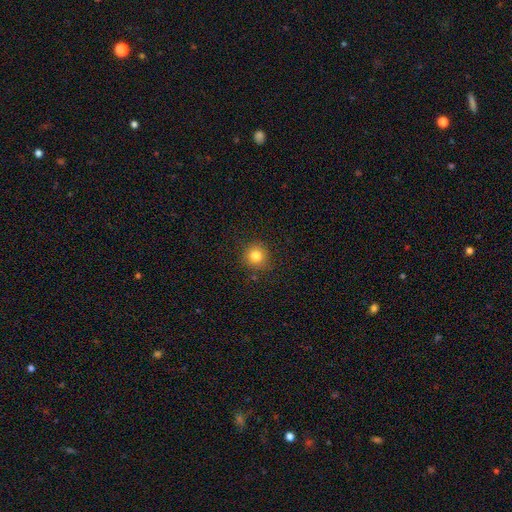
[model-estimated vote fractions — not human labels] The model was most divided on "smooth or featured": smooth: 82%, star or artifact: 12%, featured or disk: 6%. More confident: how rounded — round (93%); merging — none (88%).